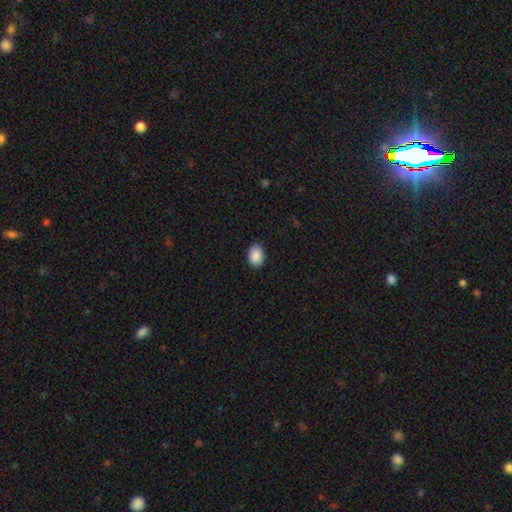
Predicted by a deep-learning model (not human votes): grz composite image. It shows a smooth galaxy with no disk features (90%) that is in between round and cigar-shaped (75%). Merging: none (86%).